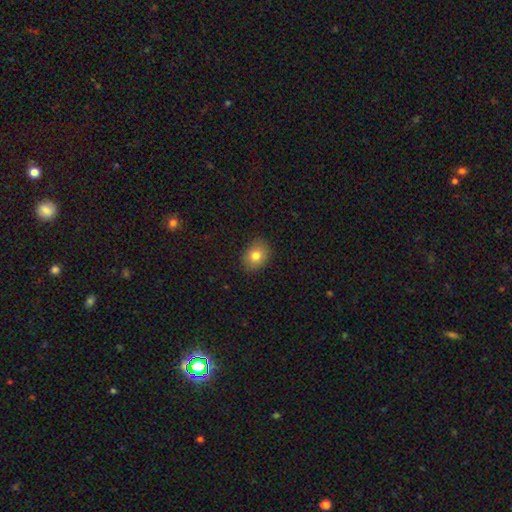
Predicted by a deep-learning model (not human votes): Smooth or featured? smooth (80%)
How rounded? in between (54%)
Merging? none (88%)